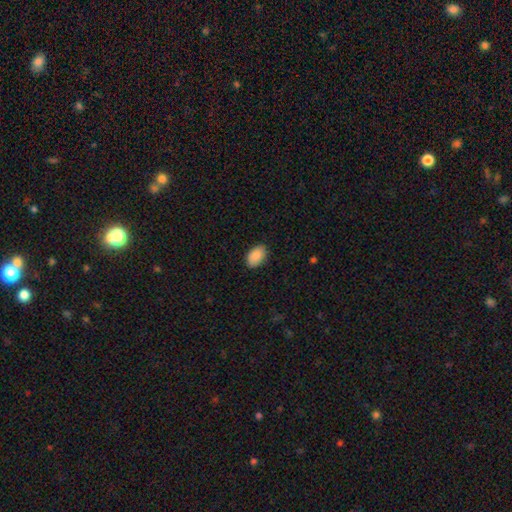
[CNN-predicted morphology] Smooth or featured? Predicted: smooth (p=0.90). How rounded? Predicted: in between (p=0.91). Merging? Predicted: none (p=0.87).